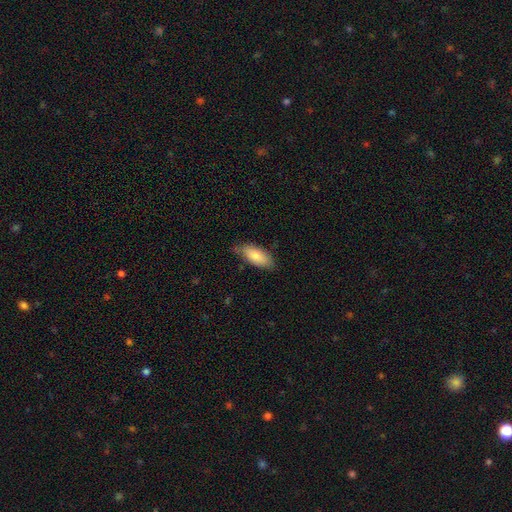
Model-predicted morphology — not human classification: The model was most divided on "merging": none: 70%, minor disturbance: 24%, major disturbance: 4%, merger: 2%. More confident: how rounded — in between (86%); smooth or featured — smooth (81%).